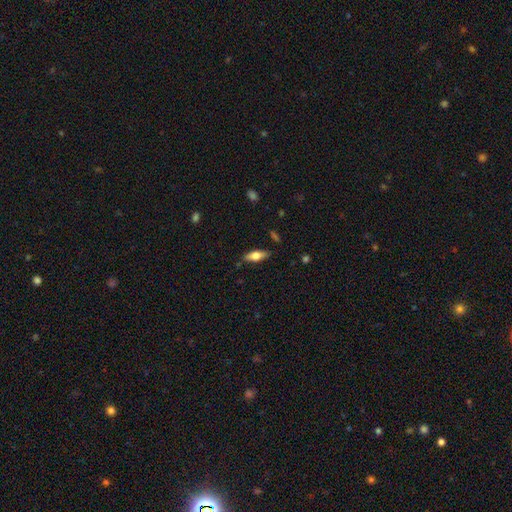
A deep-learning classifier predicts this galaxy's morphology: Smooth or featured?
  - smooth: 58% *
  - featured or disk: 35%
  - star or artifact: 7%
How rounded?
  - in between: 66% *
  - cigar-shaped: 32%
  - round: 3%
Merging?
  - none: 83% *
  - minor disturbance: 13%
  - major disturbance: 3%
  - merger: 2%